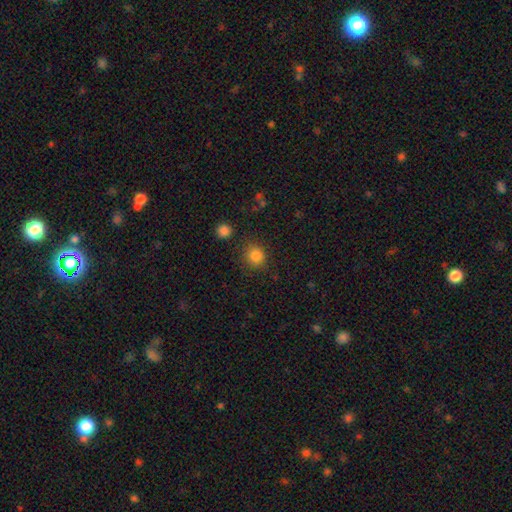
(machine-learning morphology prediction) smooth-or-featured: smooth: 85% | star or artifact: 12% | featured or disk: 4%
  how-rounded: round: 87% | in between: 12% | cigar-shaped: 1%
  merging: none: 85% | minor disturbance: 9% | major disturbance: 4% | merger: 3%